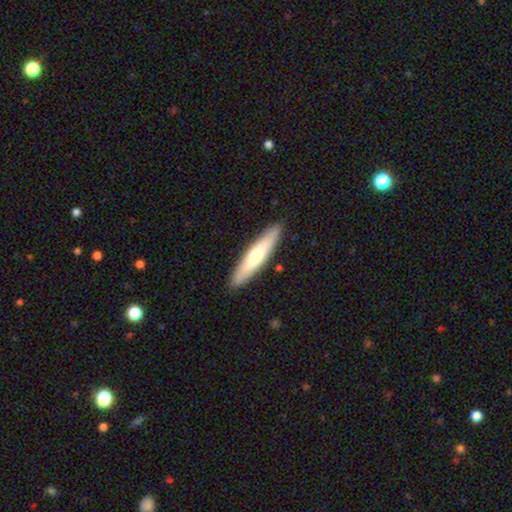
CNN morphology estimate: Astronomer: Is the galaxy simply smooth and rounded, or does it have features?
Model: smooth — 61%.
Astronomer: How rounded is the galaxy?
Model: cigar-shaped — 87%.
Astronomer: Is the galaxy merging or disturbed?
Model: none — 91%.